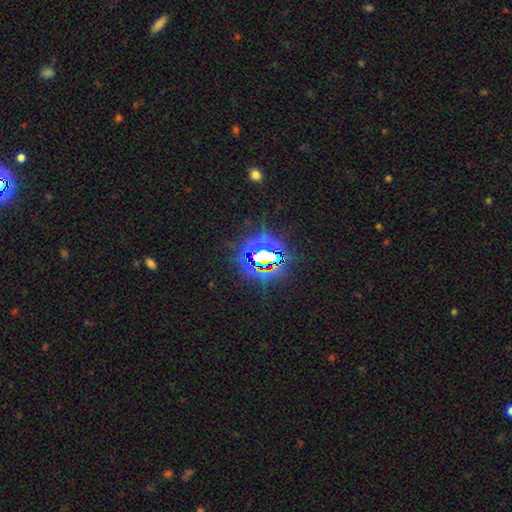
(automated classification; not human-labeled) smooth_or_featured: star or artifact (p=0.78) [alt: smooth p=0.12]